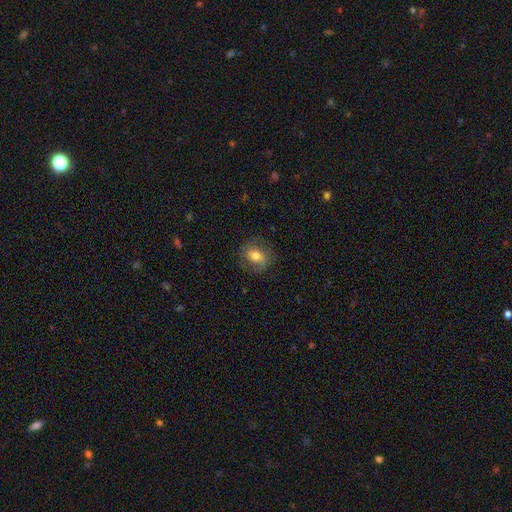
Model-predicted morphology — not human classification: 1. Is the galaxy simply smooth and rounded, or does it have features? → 55% smooth, 36% featured or disk, 9% star or artifact.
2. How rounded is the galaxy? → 61% round, 37% in between, 1% cigar-shaped.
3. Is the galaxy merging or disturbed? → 76% none, 16% minor disturbance, 8% major disturbance, 1% merger.